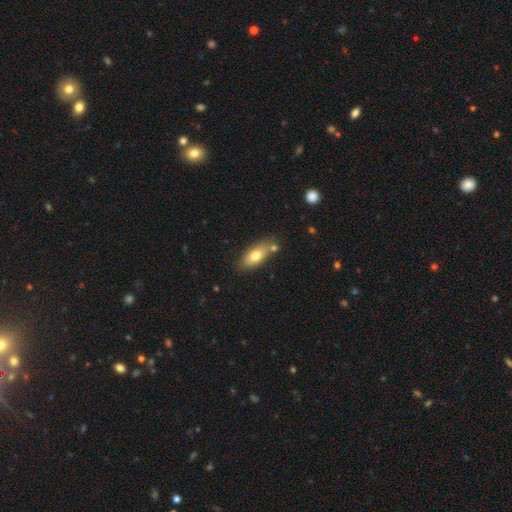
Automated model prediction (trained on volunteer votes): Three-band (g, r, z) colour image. It shows a smooth galaxy with no disk features (72%) that is in between round and cigar-shaped (79%). Merging: none (69%).